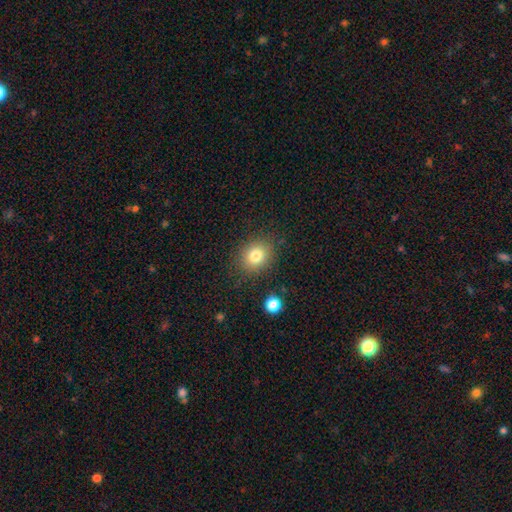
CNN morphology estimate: A smooth galaxy with no disk features (80%) that is round (64%). Merging: none (85%).